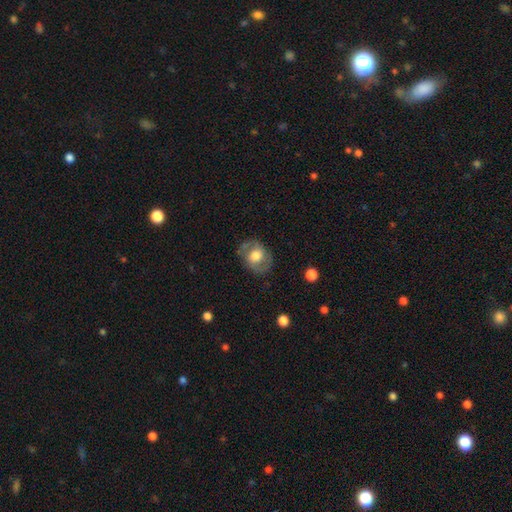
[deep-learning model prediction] featured or disk 47%, smooth 46%, star or artifact 7%. Down the decision tree: merging — none (74%).